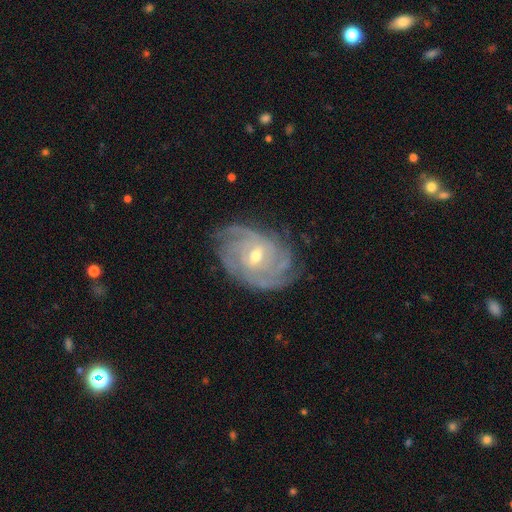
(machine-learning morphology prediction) A featured or disk galaxy (88%) with a weak bar (49%), tight (70%) spiral arms (96%) and a moderate central bulge (52%). Merging: none (75%).